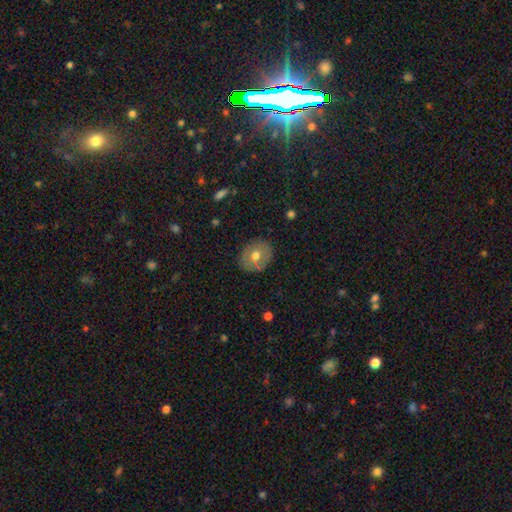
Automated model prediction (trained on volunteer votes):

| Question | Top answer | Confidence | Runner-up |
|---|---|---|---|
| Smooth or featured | smooth | 57% | featured or disk (34%) |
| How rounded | round | 60% | in between (39%) |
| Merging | none | 83% | minor disturbance (13%) |